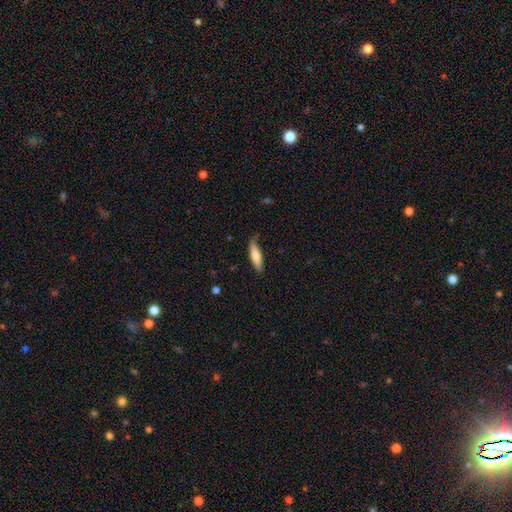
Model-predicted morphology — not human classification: This is likely a smooth galaxy (73%). How rounded: likely cigar-shaped (67%). Merging: likely none (68%).